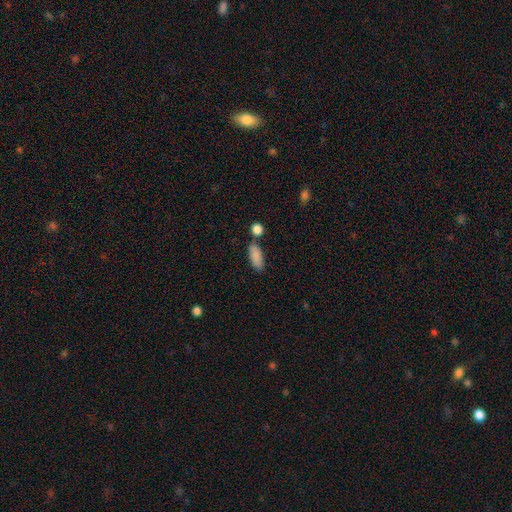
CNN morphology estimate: This is clearly a smooth galaxy (88%). How rounded: clearly in between (82%). Merging: likely none (71%).